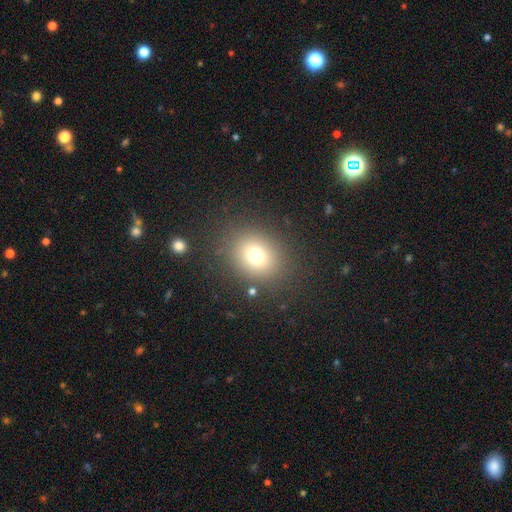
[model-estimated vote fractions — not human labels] Overall: smooth (73%). How rounded: round (65%; in between 34%). Merging: none (84%).